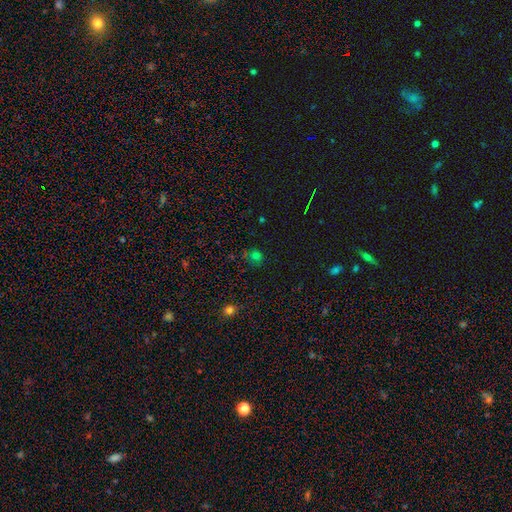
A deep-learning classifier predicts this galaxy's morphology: This is likely a smooth galaxy (62%). How rounded: likely round (75%). Merging: likely none (67%).